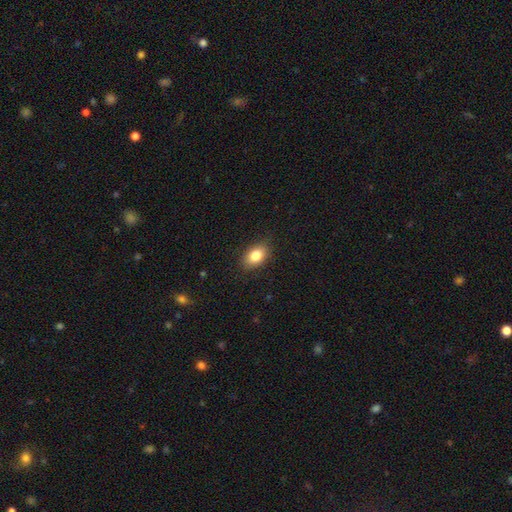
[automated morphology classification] The model was most divided on "how rounded": in between: 82%, round: 16%, cigar-shaped: 2%. More confident: merging — none (86%); smooth or featured — smooth (82%).